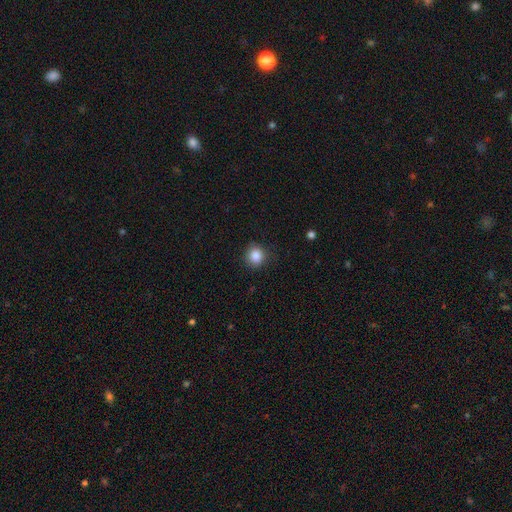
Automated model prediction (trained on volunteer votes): A smooth galaxy with no disk features (86%) that is round (89%).

Vote fractions:
- Smooth or featured? smooth: 86% / star or artifact: 10% / featured or disk: 4%
- How rounded? round: 89% / in between: 10% / cigar-shaped: 1%
- Merging? none: 87% / minor disturbance: 9% / major disturbance: 3% / merger: 1%